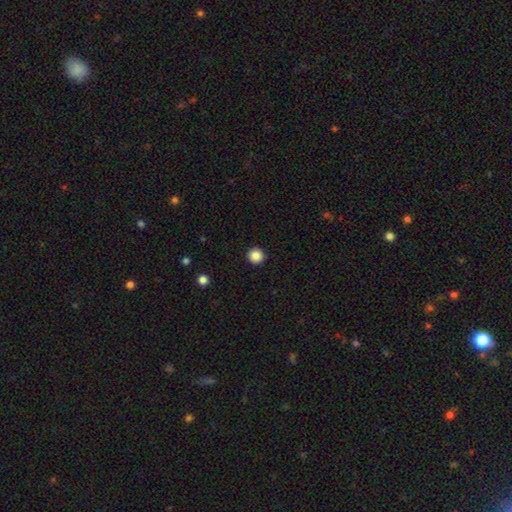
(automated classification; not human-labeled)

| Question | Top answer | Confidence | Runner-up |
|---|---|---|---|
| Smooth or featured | smooth | 87% | star or artifact (10%) |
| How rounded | round | 95% | in between (4%) |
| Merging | none | 93% | minor disturbance (4%) |